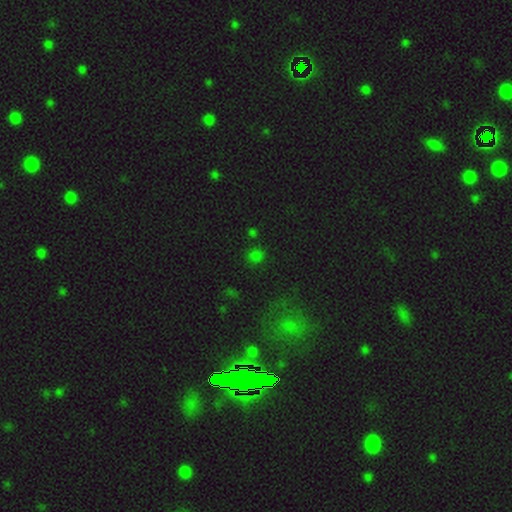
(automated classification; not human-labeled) Smooth or featured?
  - smooth: 67% *
  - star or artifact: 29%
  - featured or disk: 5%
How rounded?
  - round: 84% *
  - in between: 14%
  - cigar-shaped: 1%
Merging?
  - none: 83% *
  - minor disturbance: 10%
  - merger: 4%
  - major disturbance: 3%